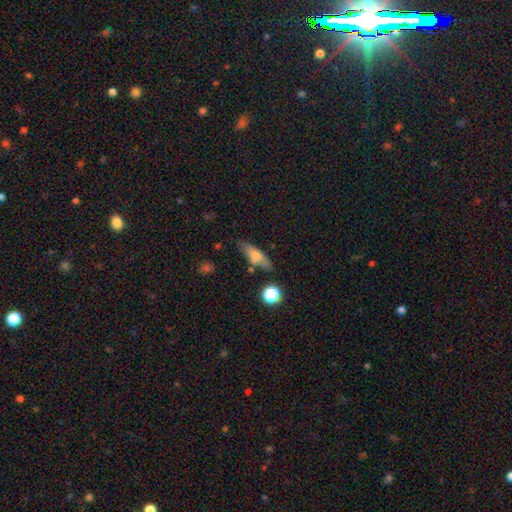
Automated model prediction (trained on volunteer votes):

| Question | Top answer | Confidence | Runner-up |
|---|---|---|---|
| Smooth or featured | smooth | 68% | featured or disk (22%) |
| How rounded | in between | 48% | tied: cigar-shaped (48%) |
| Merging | none | 73% | minor disturbance (16%) |